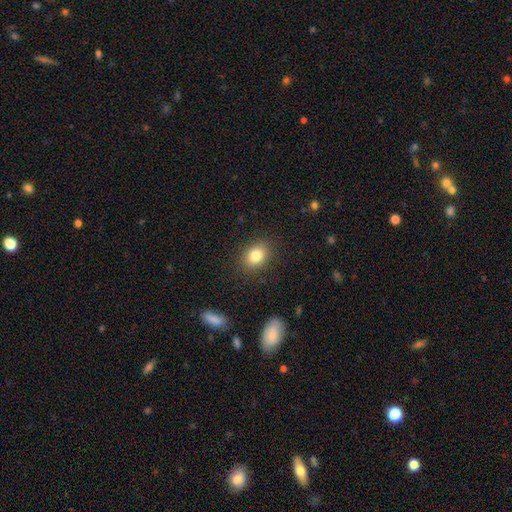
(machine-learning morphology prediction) smooth-or-featured: smooth: 82% | star or artifact: 10% | featured or disk: 8%
  how-rounded: in between: 59% | round: 40% | cigar-shaped: 1%
  merging: none: 86% | minor disturbance: 10% | major disturbance: 3% | merger: 1%